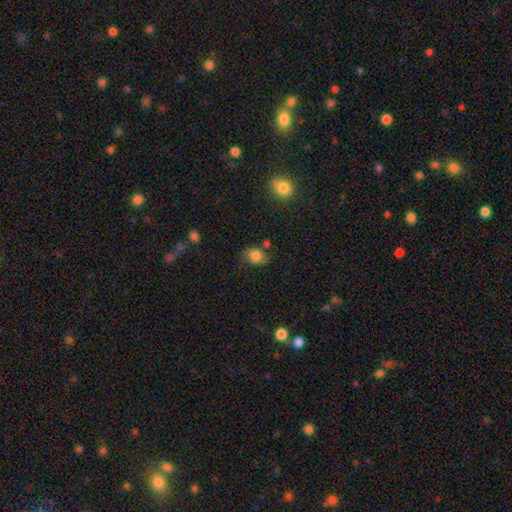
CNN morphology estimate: smooth-or-featured: smooth: 79% | star or artifact: 11% | featured or disk: 10%
  how-rounded: in between: 51% | round: 48% | cigar-shaped: 1%
  merging: none: 65% | minor disturbance: 22% | major disturbance: 6% | merger: 6%